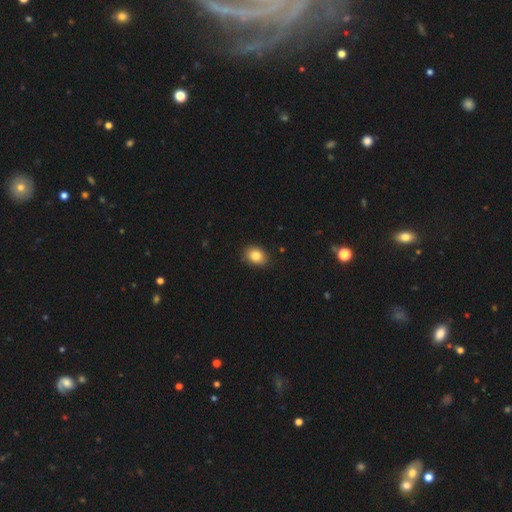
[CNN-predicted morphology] smooth 85%, star or artifact 9%, featured or disk 7%. Down the decision tree: how rounded — in between (66%); merging — none (87%).